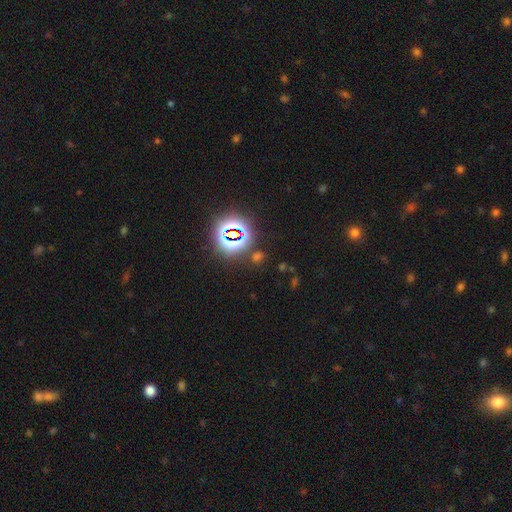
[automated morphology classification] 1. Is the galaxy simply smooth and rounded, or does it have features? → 72% star or artifact, 20% smooth, 8% featured or disk.